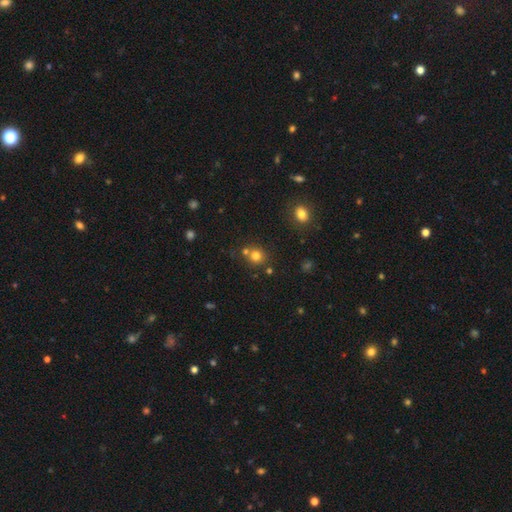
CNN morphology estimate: This is likely a smooth galaxy (76%). How rounded: clearly round (88%). Merging: likely none (66%).